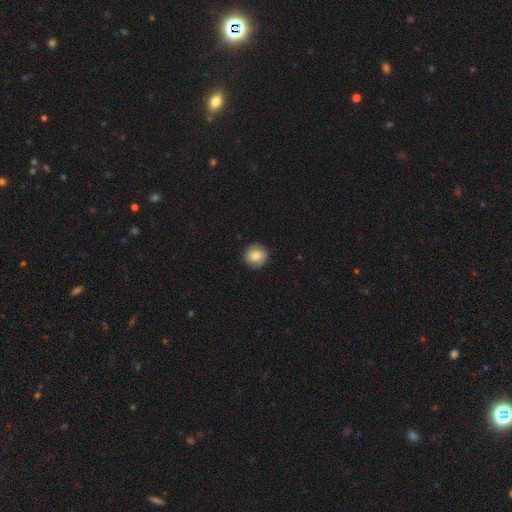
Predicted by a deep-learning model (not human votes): Overall: smooth (75%). How rounded: round (92%). Merging: none (89%).